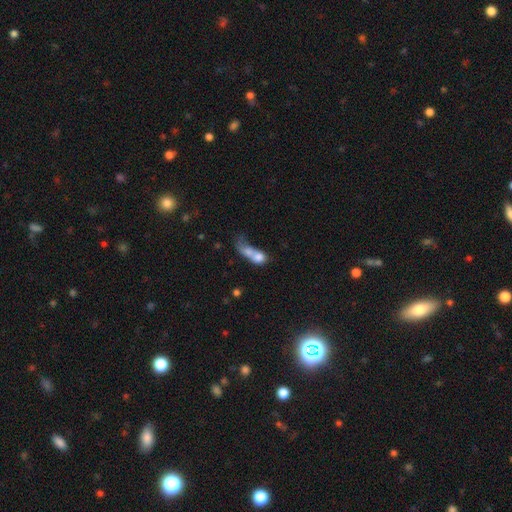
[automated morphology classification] type=smooth (66%); roundness=in between (55%); merging=merger (64%).